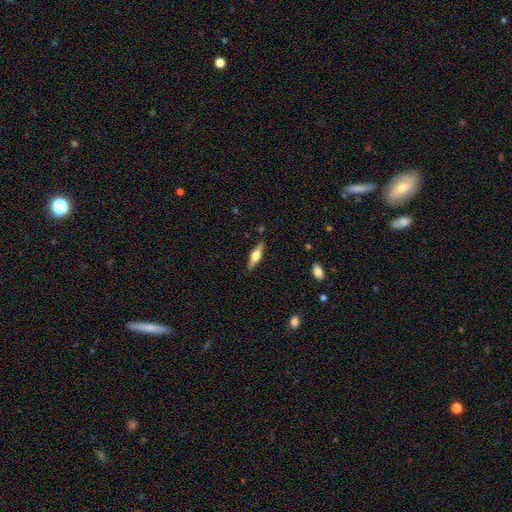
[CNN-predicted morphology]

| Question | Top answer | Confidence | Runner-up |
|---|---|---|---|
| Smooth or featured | featured or disk | 66% | smooth (28%) |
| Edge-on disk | yes | 96% | no (4%) |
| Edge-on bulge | rounded | 92% | boxy (6%) |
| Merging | none | 88% | minor disturbance (9%) |